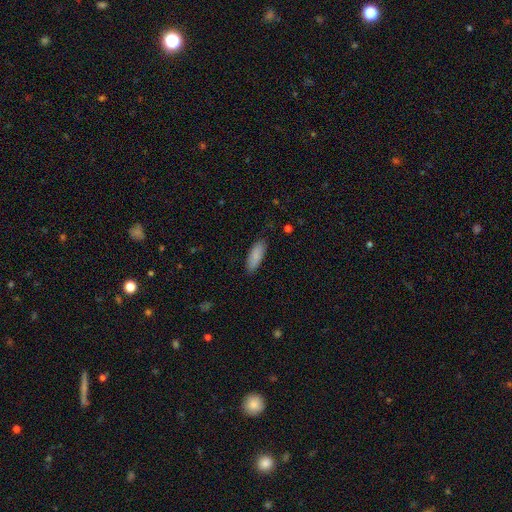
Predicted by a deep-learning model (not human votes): Morphology: type=smooth (86%); roundness=in between (69%); merging=none (86%).